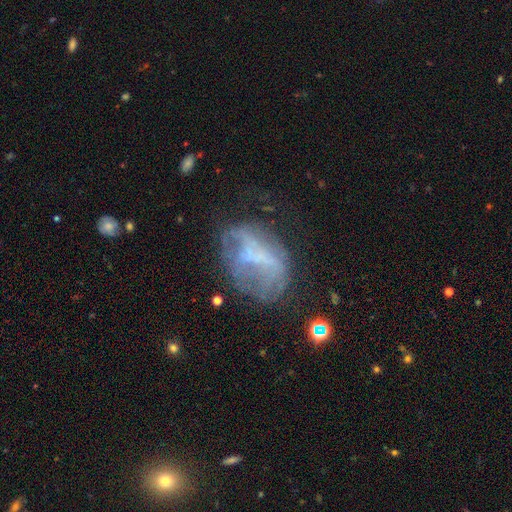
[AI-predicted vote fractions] smooth_or_featured: featured or disk (p=0.56) [alt: smooth p=0.30]
disk_edge_on: no (p=0.95) [alt: yes p=0.05]
bar: no (p=0.58) [alt: weak p=0.25]
has_spiral_arms: no (p=0.74) [alt: yes p=0.26]
bulge_size: none (p=0.62) [alt: small p=0.21]
merging: none (p=0.40) [alt: major disturbance p=0.31]